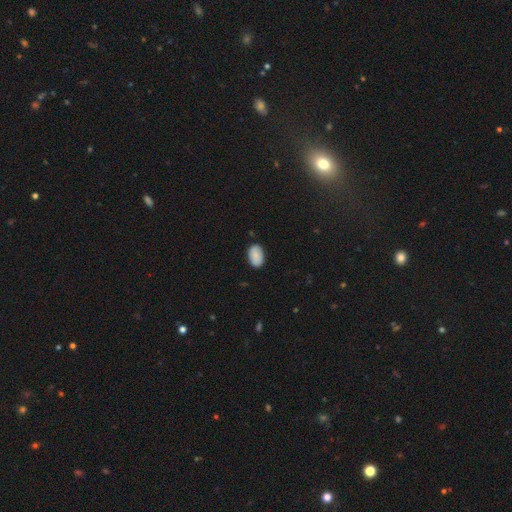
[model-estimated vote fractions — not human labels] Q: Smooth or featured?
A: smooth (87%); runner-up: star or artifact (7%)
Q: How rounded?
A: in between (92%); runner-up: round (7%)
Q: Merging?
A: none (86%); runner-up: minor disturbance (11%)